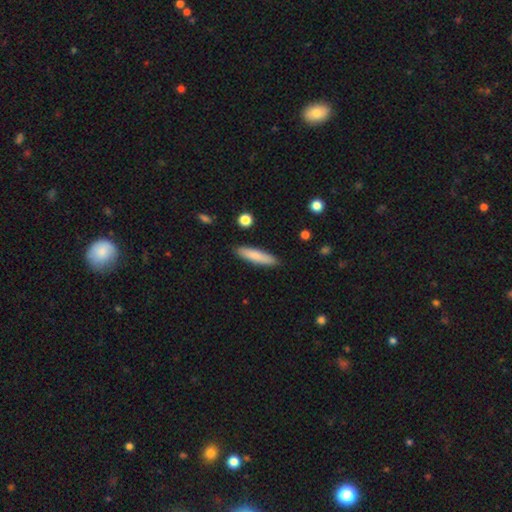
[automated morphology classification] Overall: smooth (80%). How rounded: cigar-shaped (79%). Merging: none (88%).